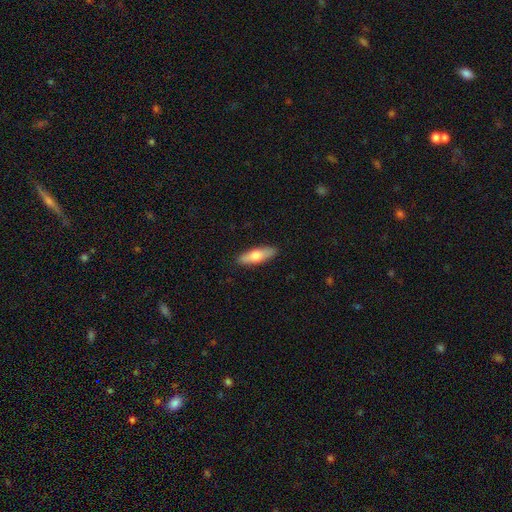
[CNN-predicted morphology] A smooth galaxy with no disk features (67%) that is cigar-shaped (49%). Merging: none (89%).